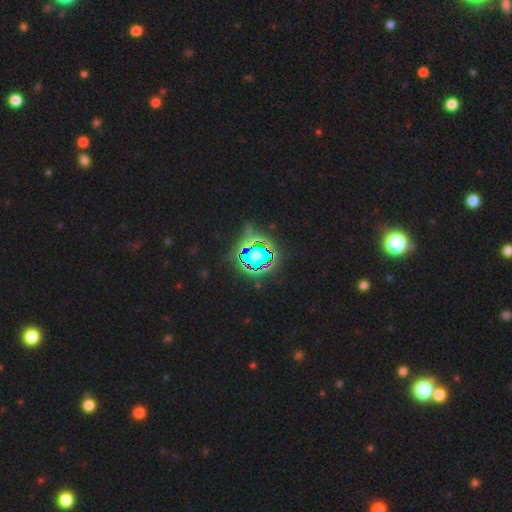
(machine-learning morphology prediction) Smooth or featured? Predicted: star or artifact (p=0.64).